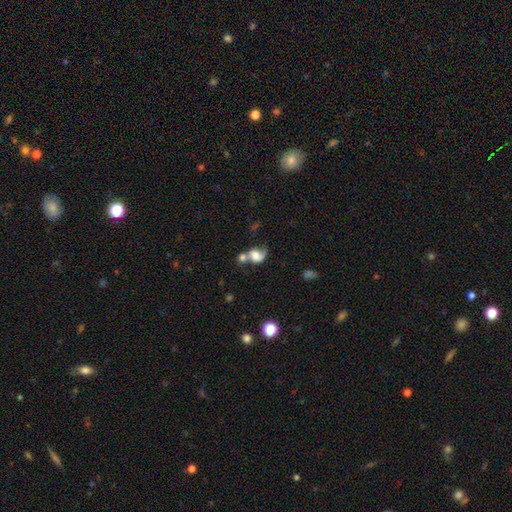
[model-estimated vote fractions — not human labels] A smooth galaxy with no disk features (50%) that is in between round and cigar-shaped (55%).

Vote fractions:
- Smooth or featured? smooth: 50% / featured or disk: 38% / star or artifact: 12%
- How rounded? in between: 55% / round: 44% / cigar-shaped: 2%
- Merging? merger: 49% / none: 21% / major disturbance: 18% / minor disturbance: 13%